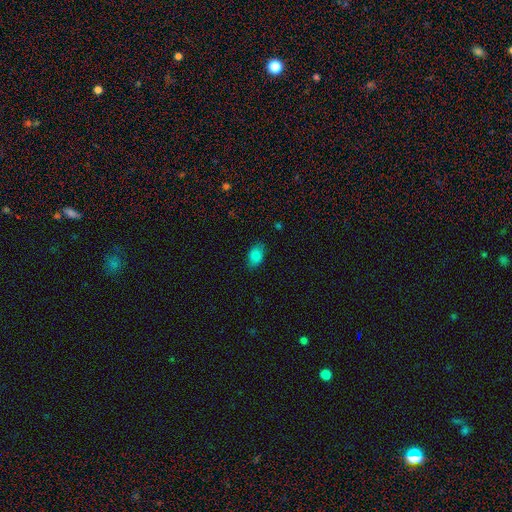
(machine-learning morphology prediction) Smooth or featured: smooth — 85% (star or artifact — 10%)
How rounded: in between — 87% (round — 12%)
Merging: none — 79% (minor disturbance — 16%)